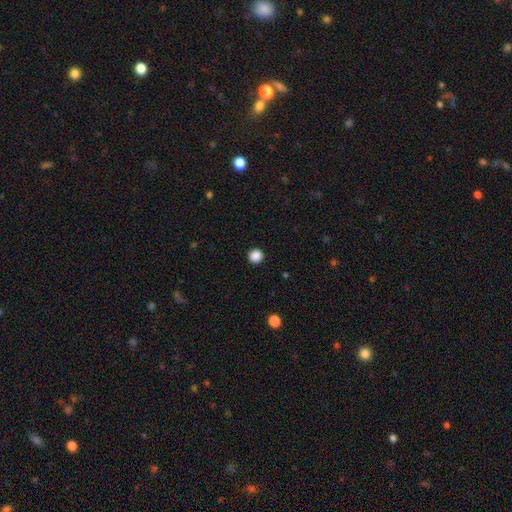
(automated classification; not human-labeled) A smooth galaxy with no disk features (87%) that is round (96%). Merging: none (93%).